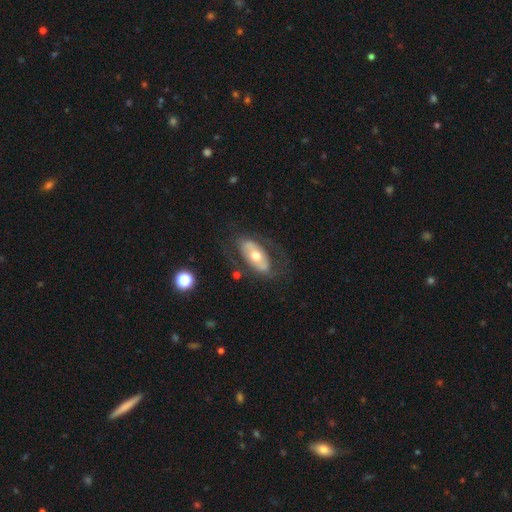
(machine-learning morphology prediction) Q: Smooth or featured?
A: featured or disk (54%); runner-up: smooth (40%)
Q: Edge-on disk?
A: no (86%); runner-up: yes (14%)
Q: Merging?
A: none (68%); runner-up: minor disturbance (17%)